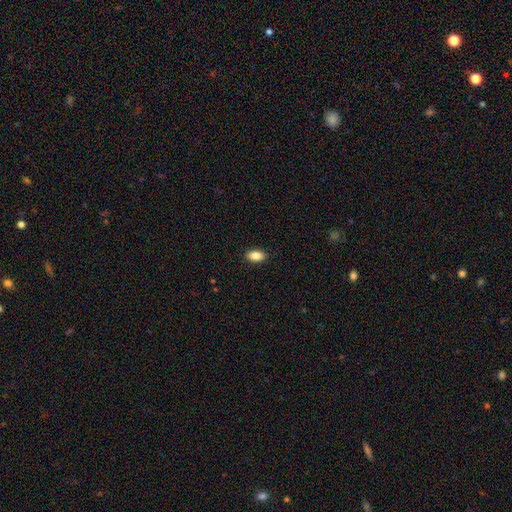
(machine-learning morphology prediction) A smooth galaxy with no disk features (87%) that is in between round and cigar-shaped (91%).

Vote fractions:
- Smooth or featured? smooth: 87% / star or artifact: 8% / featured or disk: 5%
- How rounded? in between: 91% / round: 7% / cigar-shaped: 2%
- Merging? none: 89% / minor disturbance: 8% / major disturbance: 2% / merger: 1%